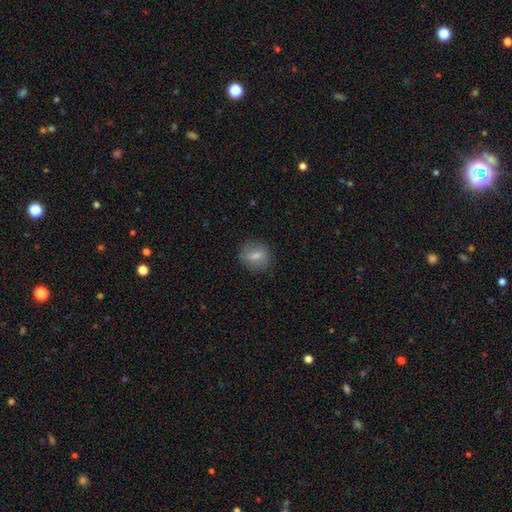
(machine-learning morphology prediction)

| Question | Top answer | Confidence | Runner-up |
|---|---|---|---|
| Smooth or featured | smooth | 67% | featured or disk (22%) |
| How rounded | round | 67% | in between (31%) |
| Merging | none | 86% | minor disturbance (10%) |